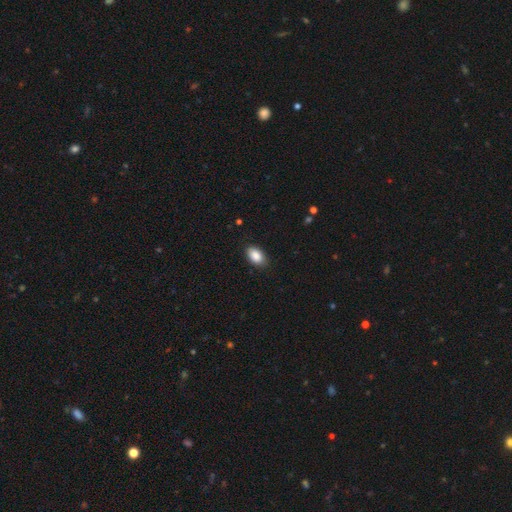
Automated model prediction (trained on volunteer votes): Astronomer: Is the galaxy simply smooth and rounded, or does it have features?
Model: smooth — 88%.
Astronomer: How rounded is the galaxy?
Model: in between — 91%.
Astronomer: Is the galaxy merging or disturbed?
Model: none — 87%.